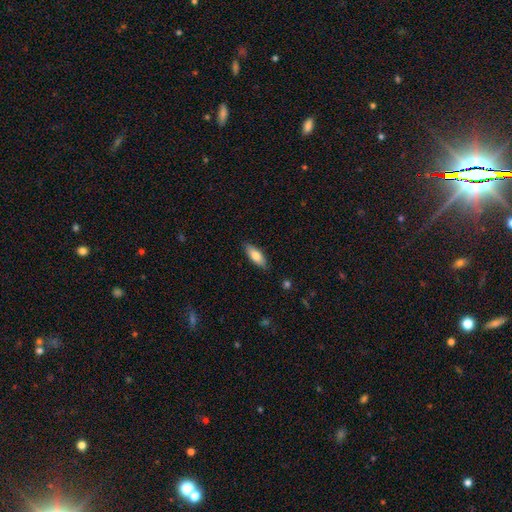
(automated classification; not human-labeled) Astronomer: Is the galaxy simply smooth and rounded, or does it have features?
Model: smooth — 77%.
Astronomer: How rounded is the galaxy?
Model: in between — 70%.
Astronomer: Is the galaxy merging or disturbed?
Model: none — 87%.